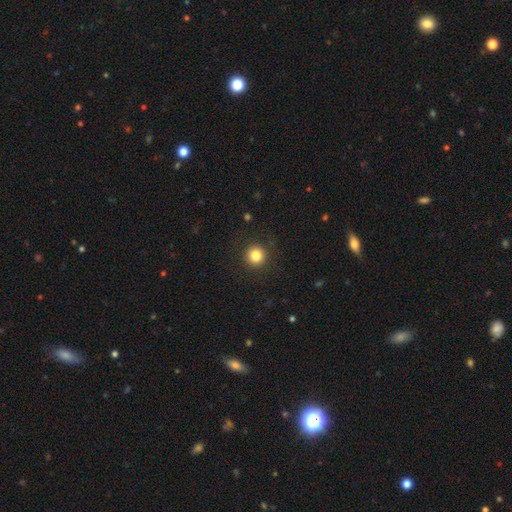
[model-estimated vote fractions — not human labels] Smooth or featured: smooth — 83% (star or artifact — 11%)
How rounded: round — 95% (in between — 4%)
Merging: none — 91% (minor disturbance — 5%)